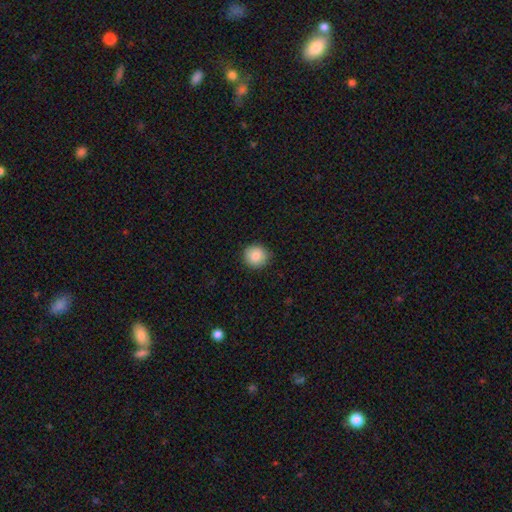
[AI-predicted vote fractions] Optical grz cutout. It shows a smooth galaxy with no disk features (86%) that is round (93%). Merging: none (90%).